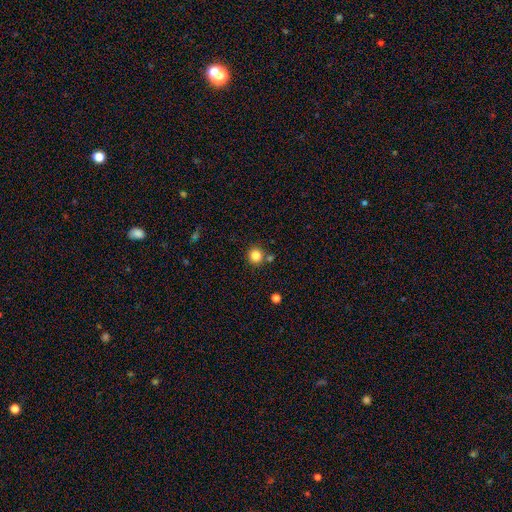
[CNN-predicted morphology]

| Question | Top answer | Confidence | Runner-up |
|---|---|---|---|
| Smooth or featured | smooth | 83% | star or artifact (12%) |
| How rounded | round | 92% | in between (7%) |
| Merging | none | 80% | merger (9%) |